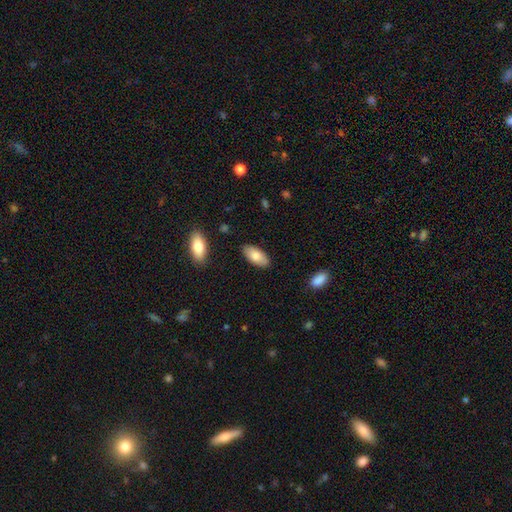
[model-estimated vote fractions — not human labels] smooth 81%, featured or disk 13%, star or artifact 6%. Down the decision tree: how rounded — in between (91%); merging — none (86%).